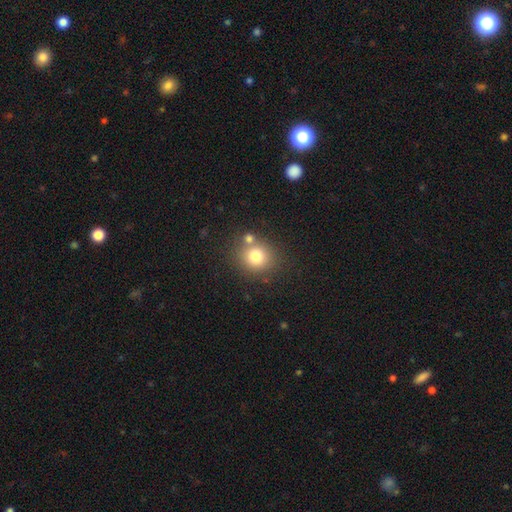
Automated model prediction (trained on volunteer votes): Overall: smooth (77%). How rounded: round (83%). Merging: none (70%).